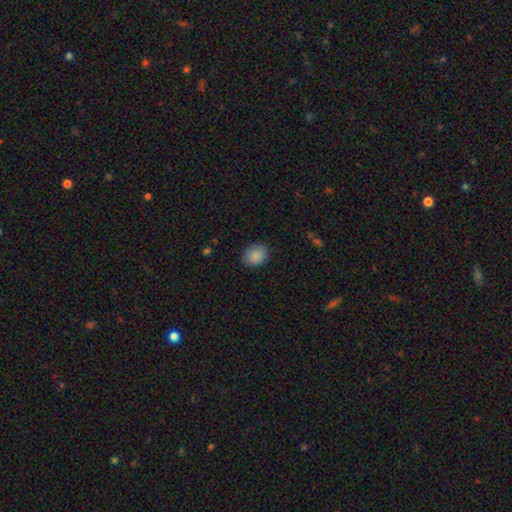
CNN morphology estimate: Overall: smooth (88%). How rounded: in between (53%; round 46%). Merging: none (84%).